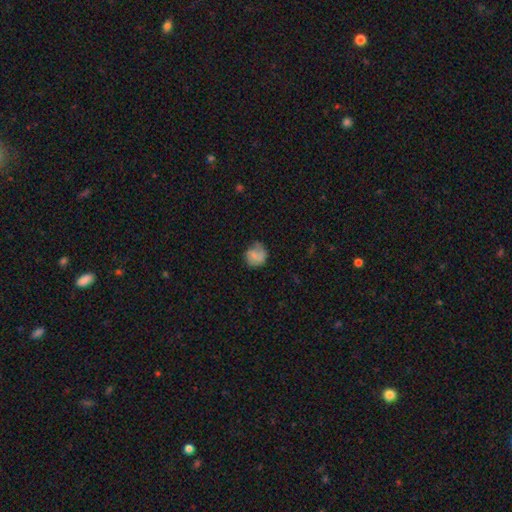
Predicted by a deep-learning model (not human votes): Q: Smooth or featured?
A: smooth (67%); runner-up: featured or disk (24%)
Q: How rounded?
A: round (79%); runner-up: in between (20%)
Q: Merging?
A: none (55%); runner-up: minor disturbance (30%)